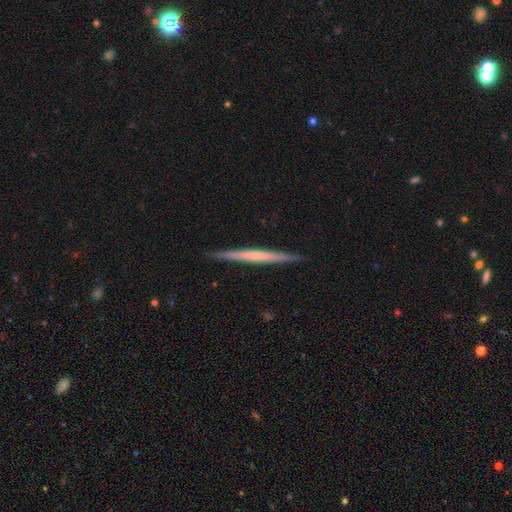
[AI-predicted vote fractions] Smooth or featured? Predicted: featured or disk (p=0.59). Edge-on disk? Predicted: yes (p=0.97). Edge-on bulge? Predicted: none (p=0.74). Merging? Predicted: none (p=0.91).